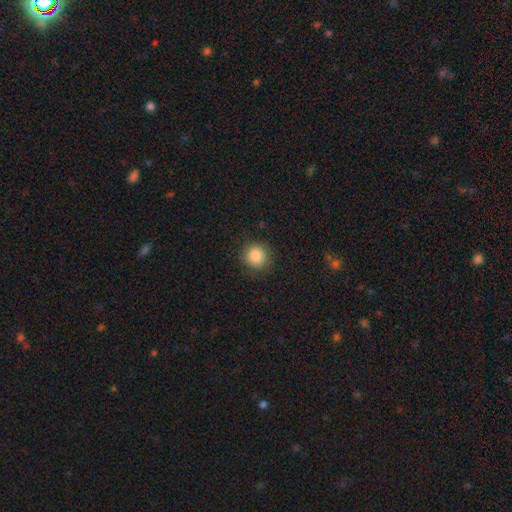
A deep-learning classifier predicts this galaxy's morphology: A smooth galaxy with no disk features (85%) that is round (93%). Merging: none (89%).